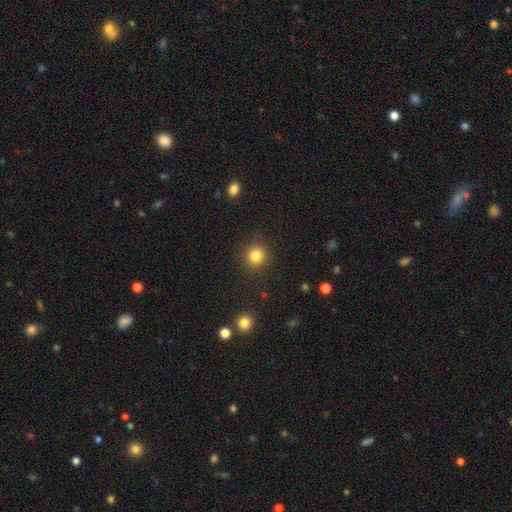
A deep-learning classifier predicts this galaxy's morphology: This is clearly a smooth galaxy (83%). How rounded: clearly round (92%). Merging: clearly none (89%).